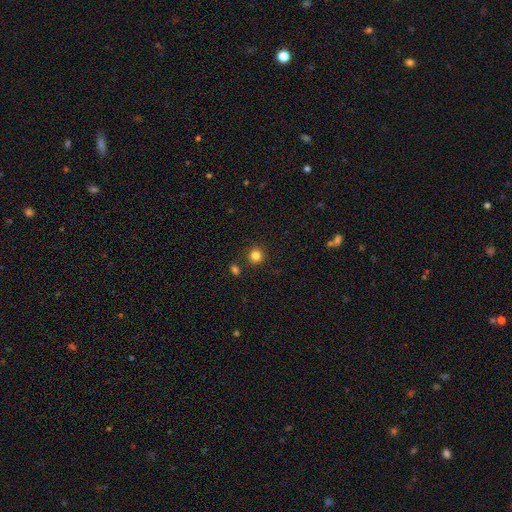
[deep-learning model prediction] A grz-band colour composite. It shows a smooth galaxy with no disk features (83%) that is round (91%). Merging: none (87%).